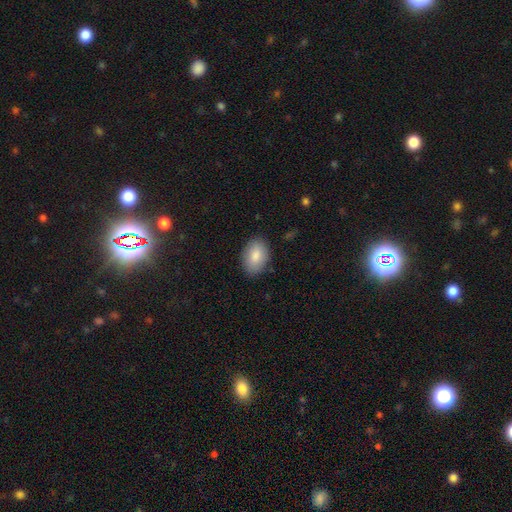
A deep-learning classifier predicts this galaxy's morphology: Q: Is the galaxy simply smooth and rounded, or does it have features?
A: smooth — 85%.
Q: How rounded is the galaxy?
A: in between — 87%.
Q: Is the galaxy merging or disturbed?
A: none — 86%.